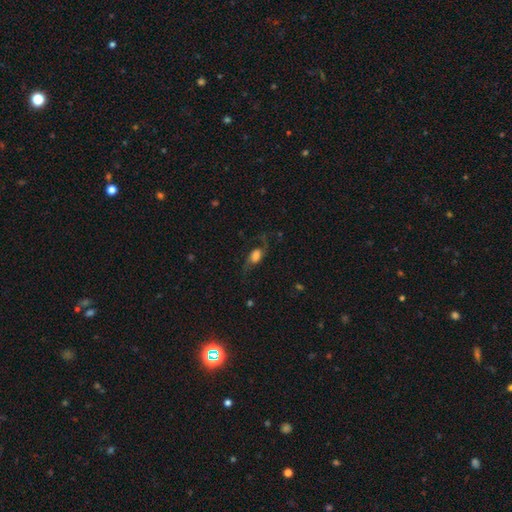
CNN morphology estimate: This appears to be a featured or disk galaxy (58%) with no bar (56%), spiral arms (89%) and a large central bulge (43%). Merging: none (64%).